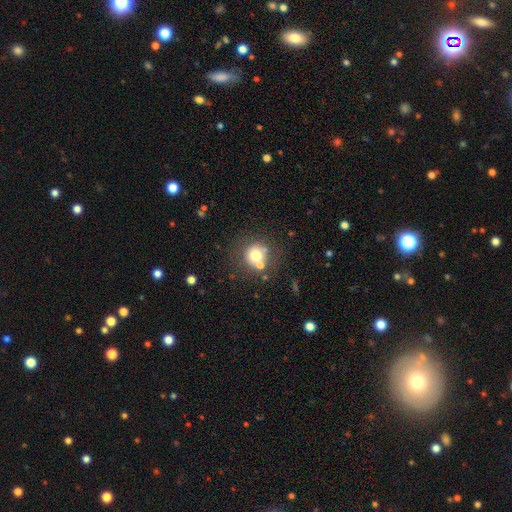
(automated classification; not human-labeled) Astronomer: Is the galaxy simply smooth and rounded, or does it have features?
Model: smooth — 70%.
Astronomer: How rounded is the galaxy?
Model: round — 90%.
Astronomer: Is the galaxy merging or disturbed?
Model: none — 64%.